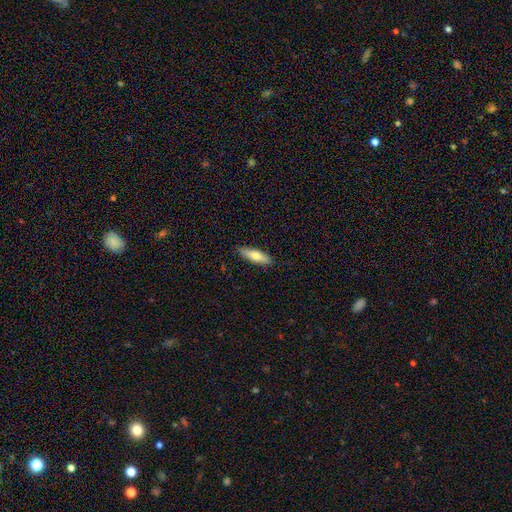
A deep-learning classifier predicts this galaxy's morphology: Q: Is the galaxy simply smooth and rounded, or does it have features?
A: smooth — 72%.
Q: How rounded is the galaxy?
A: cigar-shaped — 52%.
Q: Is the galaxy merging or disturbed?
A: none — 89%.